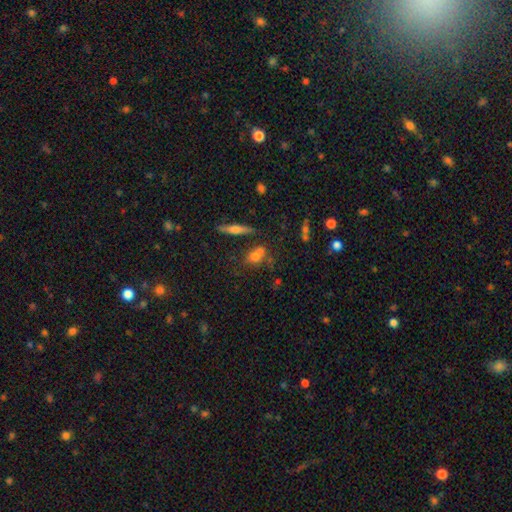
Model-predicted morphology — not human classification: Smooth or featured? Predicted: smooth (p=0.64). How rounded? Predicted: round (p=0.46). Merging? Predicted: none (p=0.51).